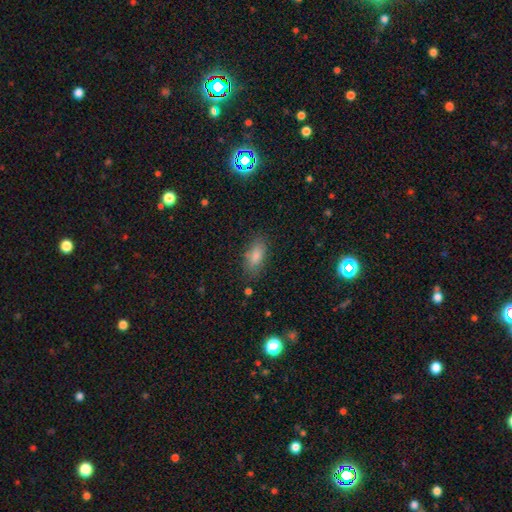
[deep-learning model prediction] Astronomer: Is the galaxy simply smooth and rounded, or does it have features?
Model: smooth — 76%.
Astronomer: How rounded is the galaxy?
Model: in between — 82%.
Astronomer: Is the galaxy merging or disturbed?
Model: none — 83%.